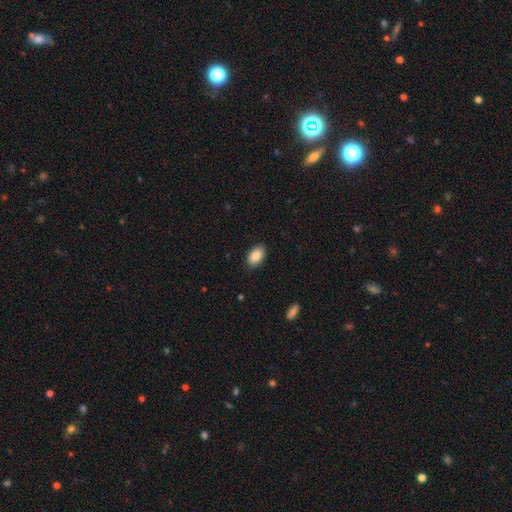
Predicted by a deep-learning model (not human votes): Overall: smooth (87%). How rounded: in between (92%). Merging: none (87%).